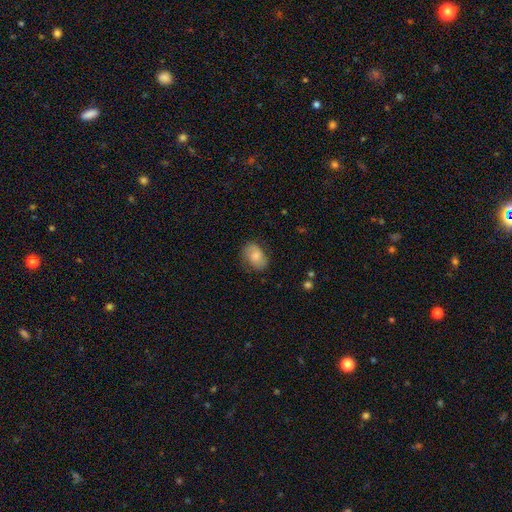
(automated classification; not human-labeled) Morphology: type=smooth (62%); roundness=in between (81%); merging=none (70%).